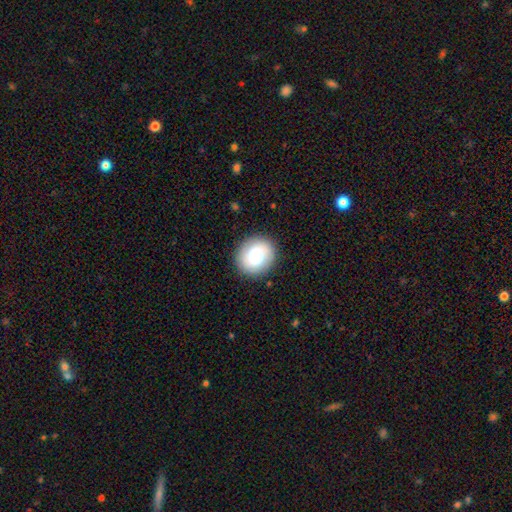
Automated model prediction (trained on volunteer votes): smooth-or-featured: smooth: 72% | featured or disk: 20% | star or artifact: 8%
  how-rounded: round: 80% | in between: 19% | cigar-shaped: 1%
  merging: none: 89% | minor disturbance: 8% | major disturbance: 3% | merger: 1%